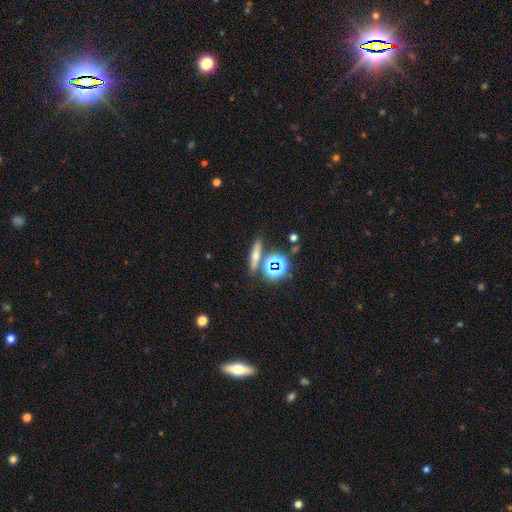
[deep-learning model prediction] This is marginally a smooth galaxy (43%). Merging: likely none (78%).